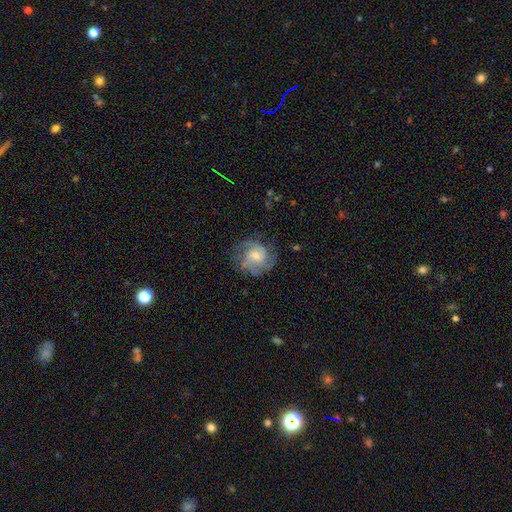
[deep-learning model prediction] smooth_or_featured: featured or disk (p=0.77) [alt: smooth p=0.15]
disk_edge_on: no (p=0.98) [alt: yes p=0.02]
bar: no (p=0.66) [alt: weak p=0.29]
has_spiral_arms: yes (p=0.93) [alt: no p=0.07]
spiral_winding: tight (p=0.49) [alt: medium p=0.40]
spiral_arm_count: 3 (p=0.29) [alt: 2 p=0.27]
bulge_size: small (p=0.51) [alt: moderate p=0.40]
merging: none (p=0.73) [alt: minor disturbance p=0.17]